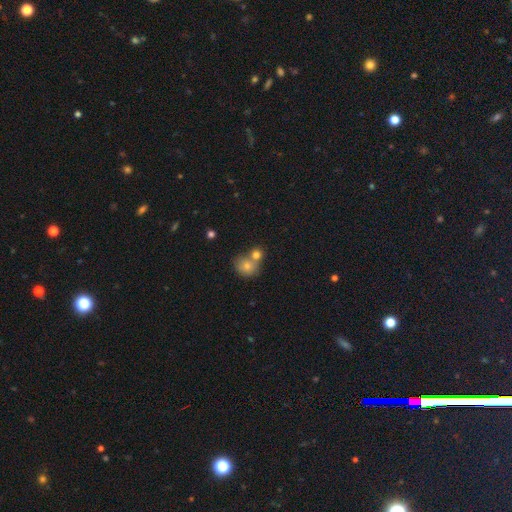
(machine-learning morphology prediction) smooth_or_featured: smooth (p=0.75) [alt: star or artifact p=0.13]
how_rounded: round (p=0.80) [alt: in between p=0.19]
merging: none (p=0.46) [alt: merger p=0.44]